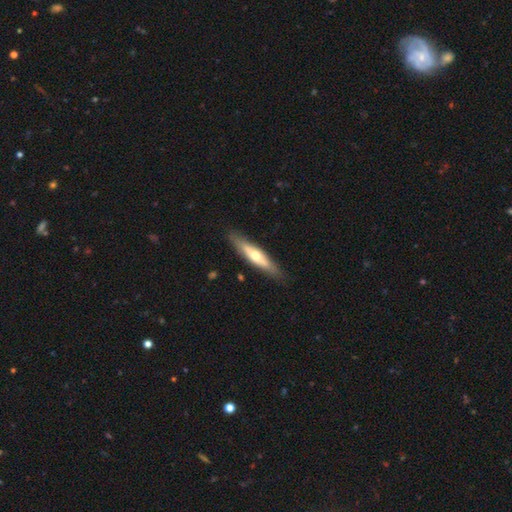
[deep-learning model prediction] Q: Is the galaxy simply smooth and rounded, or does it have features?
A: featured or disk — 52%.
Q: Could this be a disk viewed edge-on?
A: yes — 75%.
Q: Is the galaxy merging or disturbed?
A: none — 85%.